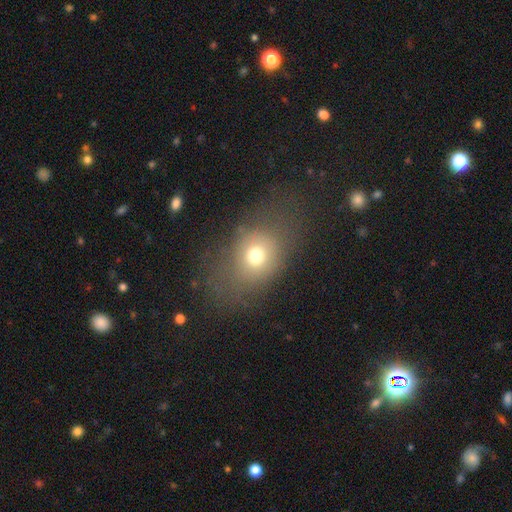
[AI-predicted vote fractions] This is likely a smooth galaxy (69%). How rounded: possibly in between (55%). Merging: likely none (60%).